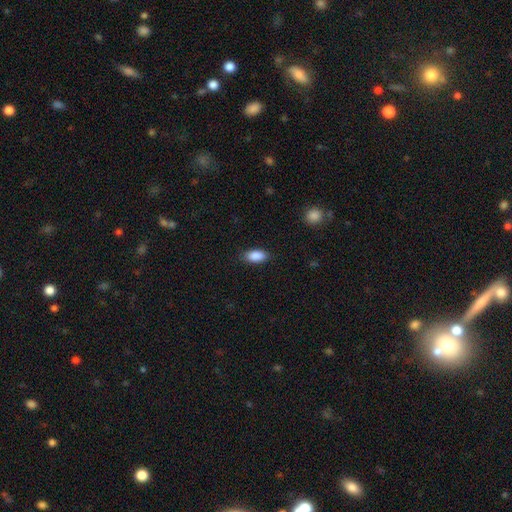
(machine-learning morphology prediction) The model was most divided on "merging": none: 85%, minor disturbance: 12%, major disturbance: 3%, merger: 1%. More confident: how rounded — in between (91%); smooth or featured — smooth (89%).